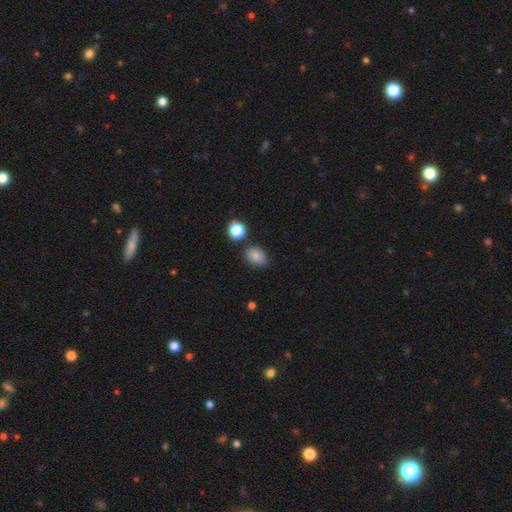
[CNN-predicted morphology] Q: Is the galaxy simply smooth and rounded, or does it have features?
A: smooth — 84%.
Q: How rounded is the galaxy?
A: in between — 69%.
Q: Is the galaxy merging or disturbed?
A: none — 70%.